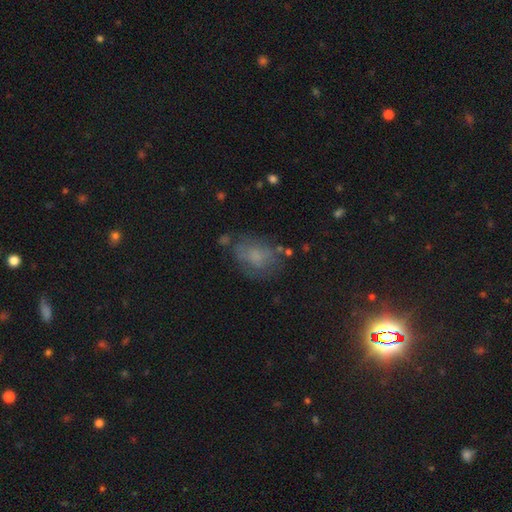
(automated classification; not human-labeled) Smooth or featured? smooth (56%)
How rounded? in between (69%)
Merging? none (56%)